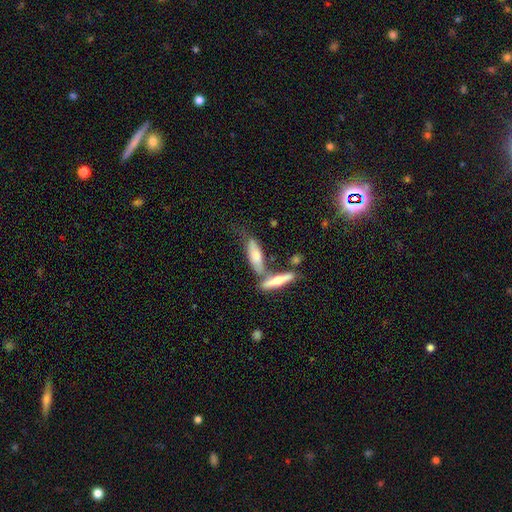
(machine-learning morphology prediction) A smooth galaxy with no disk features (59%) that is cigar-shaped (57%).

Vote fractions:
- Smooth or featured? smooth: 59% / featured or disk: 34% / star or artifact: 6%
- How rounded? cigar-shaped: 57% / in between: 41% / round: 2%
- Merging? none: 40% / merger: 39% / minor disturbance: 15% / major disturbance: 6%